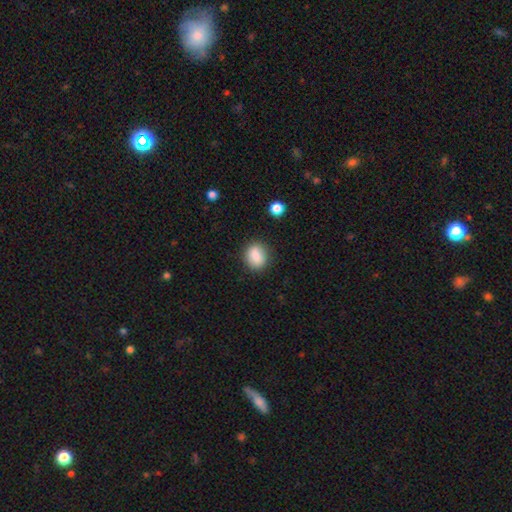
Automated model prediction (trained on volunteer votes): A smooth galaxy with no disk features (85%) that is round (51%).

Vote fractions:
- Smooth or featured? smooth: 85% / star or artifact: 8% / featured or disk: 6%
- How rounded? round: 51% / in between: 48% / cigar-shaped: 2%
- Merging? none: 85% / minor disturbance: 11% / major disturbance: 3% / merger: 2%